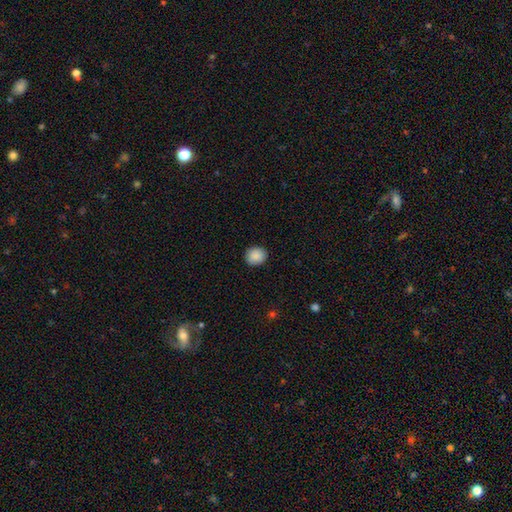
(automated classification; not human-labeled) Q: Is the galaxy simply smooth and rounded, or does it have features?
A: smooth — 89%.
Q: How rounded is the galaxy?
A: round — 81%.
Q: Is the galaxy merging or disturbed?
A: none — 90%.